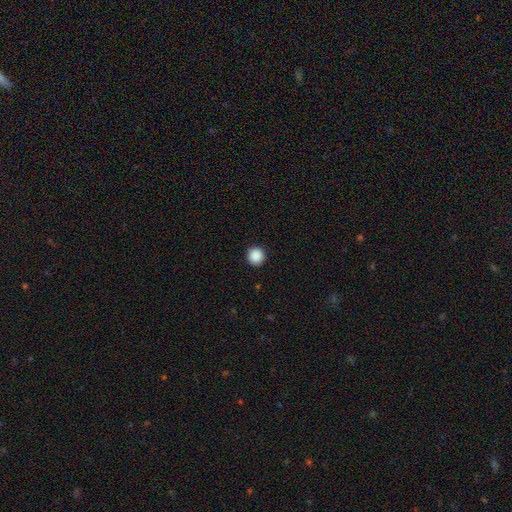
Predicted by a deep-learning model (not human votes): Smooth or featured? smooth (89%)
How rounded? round (95%)
Merging? none (93%)